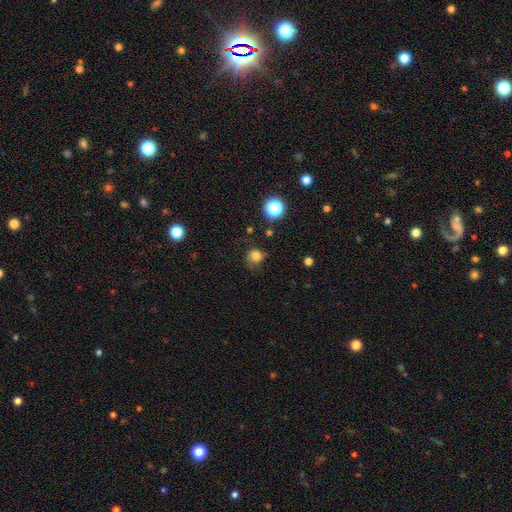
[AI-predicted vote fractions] Smooth or featured? Predicted: smooth (p=0.78). How rounded? Predicted: round (p=0.83). Merging? Predicted: none (p=0.58).